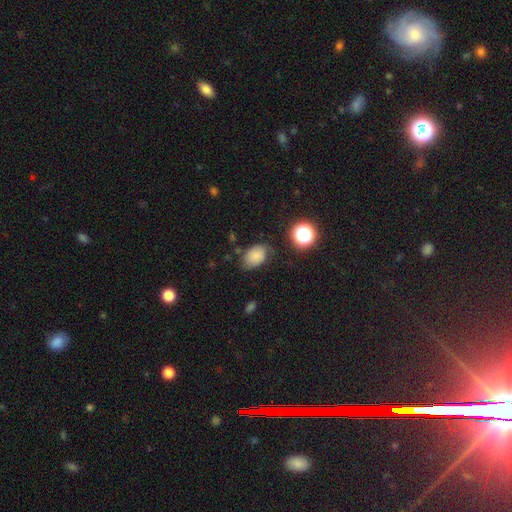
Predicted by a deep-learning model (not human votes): This appears to be a smooth galaxy with no disk features (77%) that is in between round and cigar-shaped (80%). Merging: none (64%).